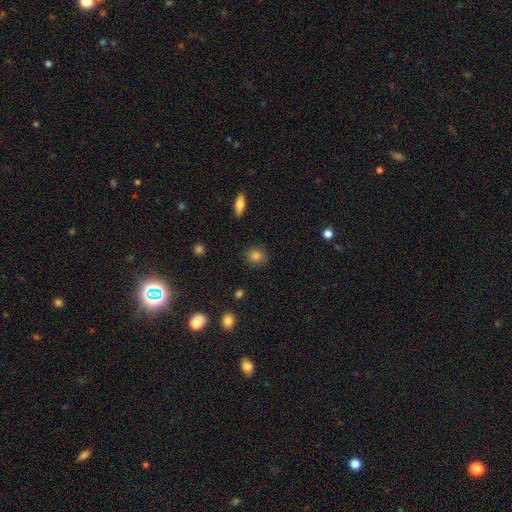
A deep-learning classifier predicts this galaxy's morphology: Smooth or featured? smooth (84%)
How rounded? round (73%)
Merging? none (87%)